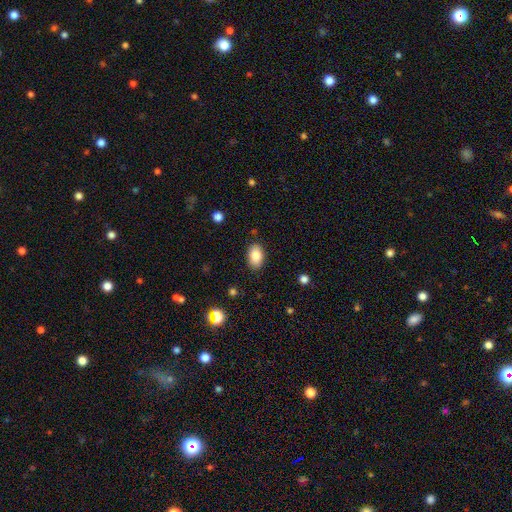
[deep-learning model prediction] Smooth or featured? smooth (86%)
How rounded? in between (91%)
Merging? none (86%)